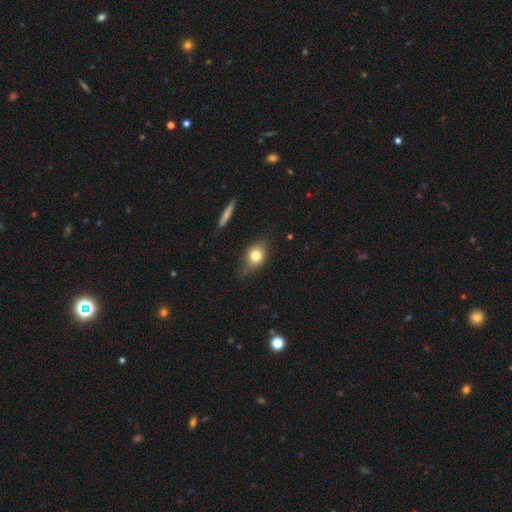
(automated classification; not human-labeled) smooth-or-featured: smooth: 78% | featured or disk: 13% | star or artifact: 9%
  how-rounded: in between: 58% | round: 39% | cigar-shaped: 3%
  merging: none: 73% | minor disturbance: 21% | major disturbance: 4% | merger: 2%